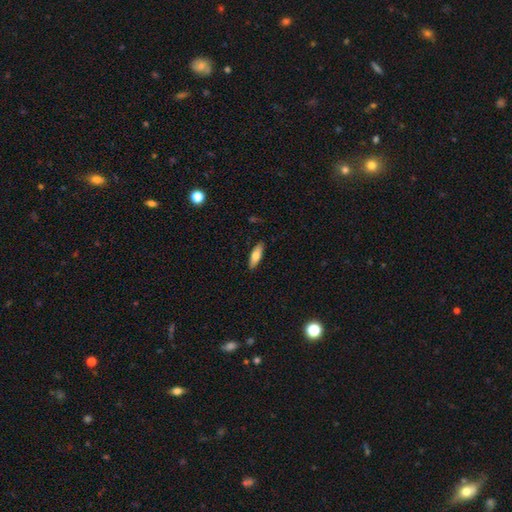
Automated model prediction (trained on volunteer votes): smooth_or_featured: smooth (p=0.71) [alt: featured or disk p=0.23]
how_rounded: in between (p=0.57) [alt: cigar-shaped p=0.41]
merging: none (p=0.88) [alt: minor disturbance p=0.09]